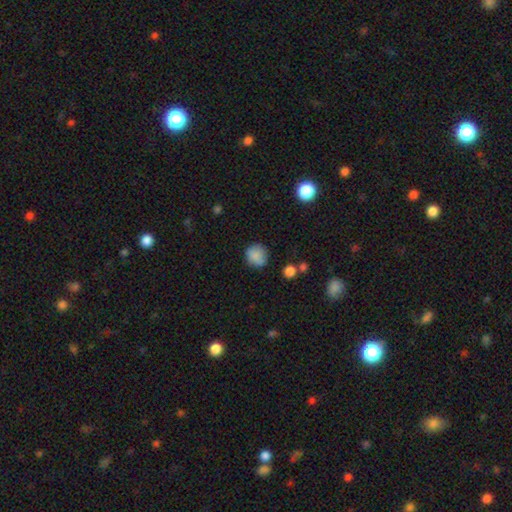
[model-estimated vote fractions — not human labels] Smooth or featured: smooth — 84% (star or artifact — 9%)
How rounded: round — 87% (in between — 12%)
Merging: none — 76% (minor disturbance — 17%)